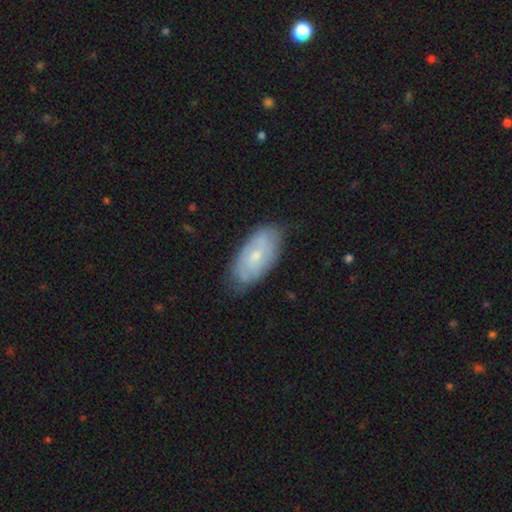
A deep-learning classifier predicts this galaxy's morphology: Smooth or featured?
  - featured or disk: 53% *
  - smooth: 41%
  - star or artifact: 6%
Edge-on disk?
  - no: 91% *
  - yes: 9%
Merging?
  - none: 75% *
  - minor disturbance: 20%
  - major disturbance: 4%
  - merger: 1%